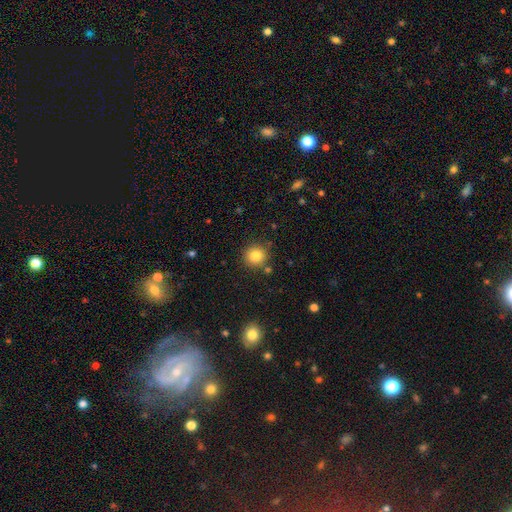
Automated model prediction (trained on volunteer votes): This is clearly a smooth galaxy (82%). How rounded: clearly round (93%). Merging: clearly none (86%).